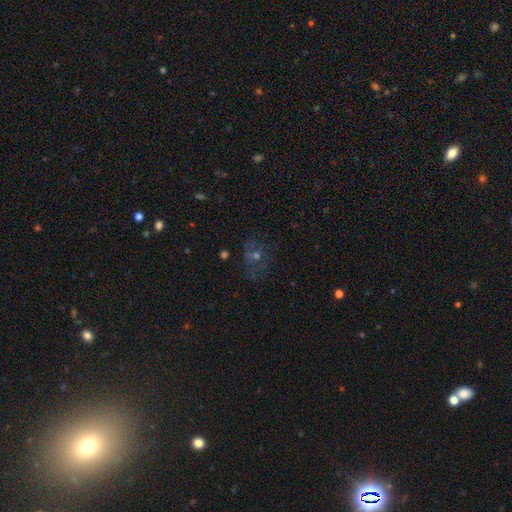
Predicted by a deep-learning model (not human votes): Q: Smooth or featured?
A: featured or disk (35%); runner-up: star or artifact (34%)
Q: Merging?
A: none (65%); runner-up: minor disturbance (17%)